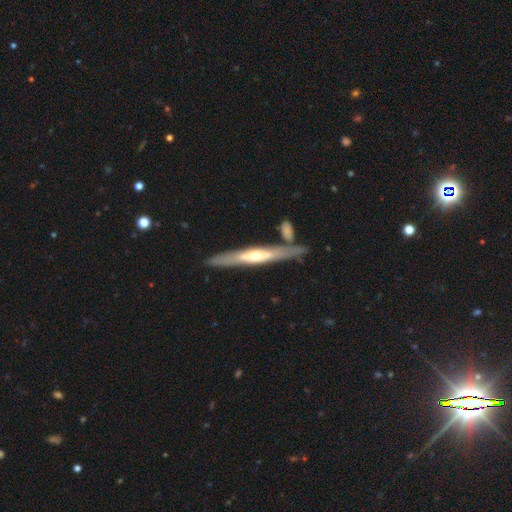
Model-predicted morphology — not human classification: This appears to be a featured or disk galaxy (68%) viewed edge-on (88%) with a rounded central bulge (77%). Merging: none (77%).